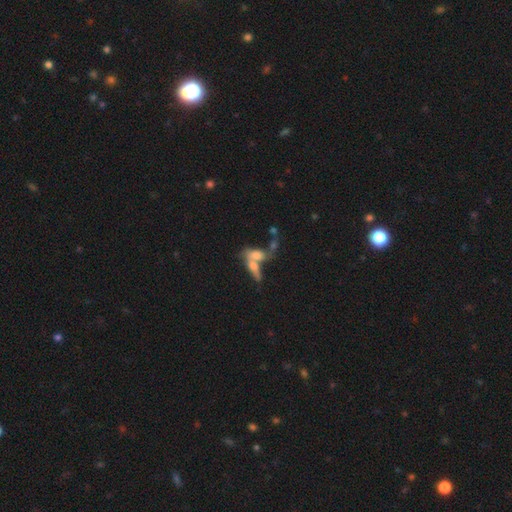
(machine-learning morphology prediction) Q: Smooth or featured?
A: smooth (56%); runner-up: featured or disk (33%)
Q: How rounded?
A: in between (73%); runner-up: cigar-shaped (18%)
Q: Merging?
A: merger (65%); runner-up: none (17%)